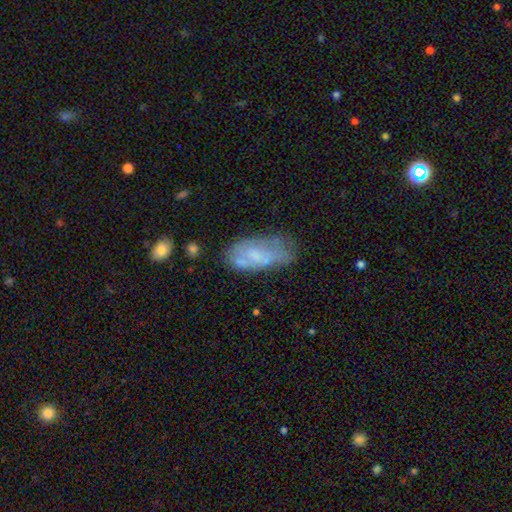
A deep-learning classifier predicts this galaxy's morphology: Overall: smooth (50%; featured or disk 42%). Merging: none (45%; minor disturbance 30%).